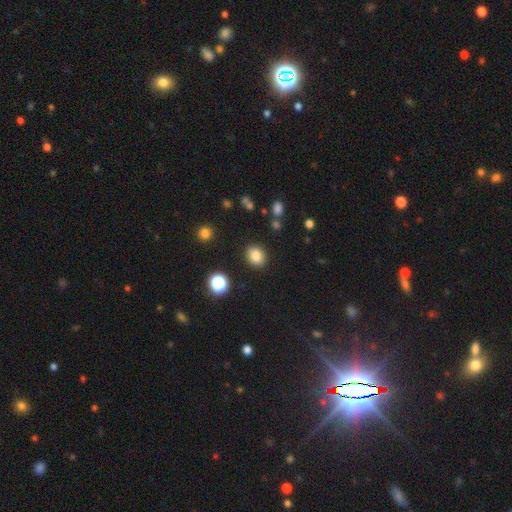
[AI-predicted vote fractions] smooth 82%, star or artifact 12%, featured or disk 6%. Down the decision tree: how rounded — round (58%); merging — none (87%).